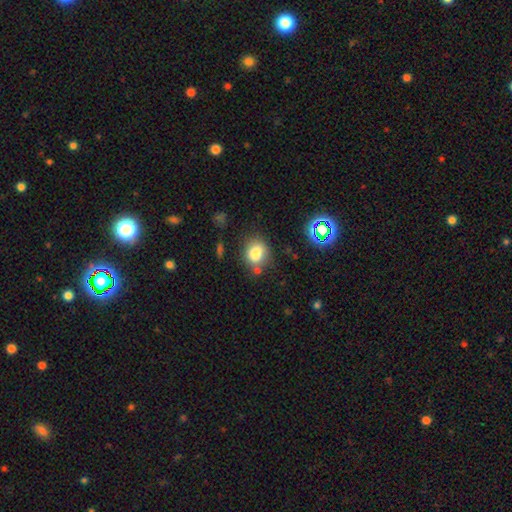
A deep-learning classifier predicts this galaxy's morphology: A smooth galaxy with no disk features (79%) that is round (59%).

Vote fractions:
- Smooth or featured? smooth: 79% / star or artifact: 13% / featured or disk: 8%
- How rounded? round: 59% / in between: 40% / cigar-shaped: 1%
- Merging? none: 67% / minor disturbance: 18% / merger: 10% / major disturbance: 6%